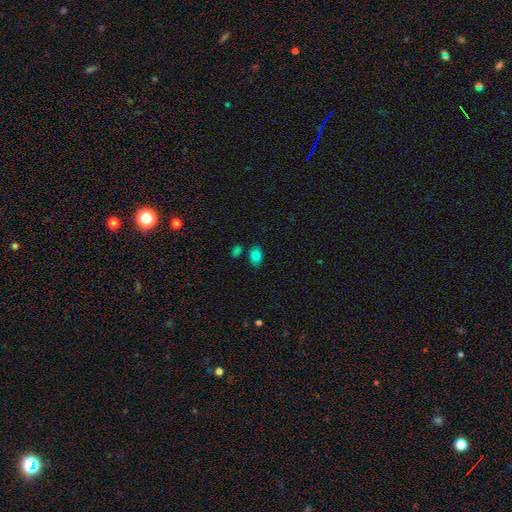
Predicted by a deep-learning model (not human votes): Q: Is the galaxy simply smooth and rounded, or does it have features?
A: smooth — 82%.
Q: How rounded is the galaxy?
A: in between — 84%.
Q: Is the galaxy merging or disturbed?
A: none — 69%.